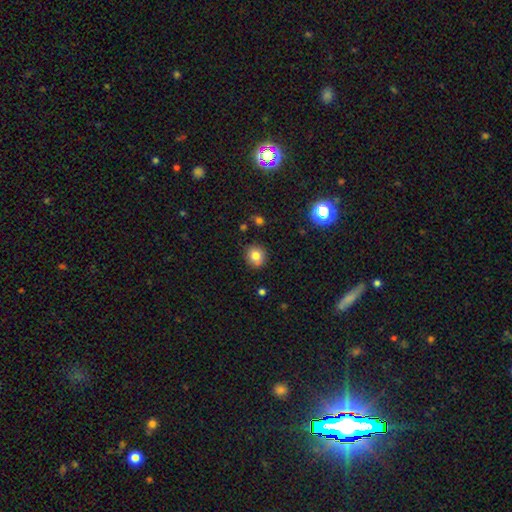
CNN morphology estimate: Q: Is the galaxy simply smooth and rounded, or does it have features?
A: smooth — 80%.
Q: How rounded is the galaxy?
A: round — 82%.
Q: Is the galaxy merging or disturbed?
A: none — 86%.